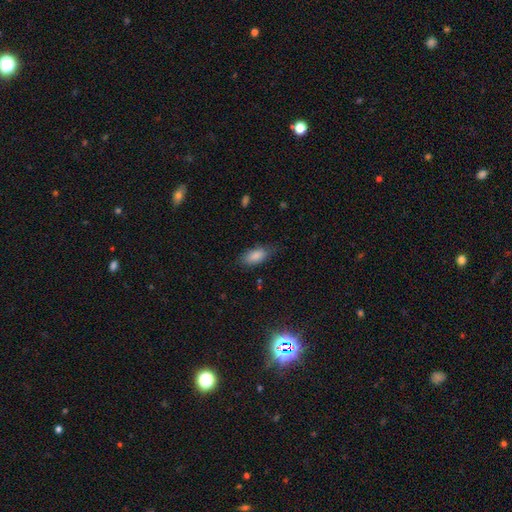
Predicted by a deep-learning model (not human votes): Smooth or featured? Predicted: smooth (p=0.86). How rounded? Predicted: in between (p=0.89). Merging? Predicted: none (p=0.71).